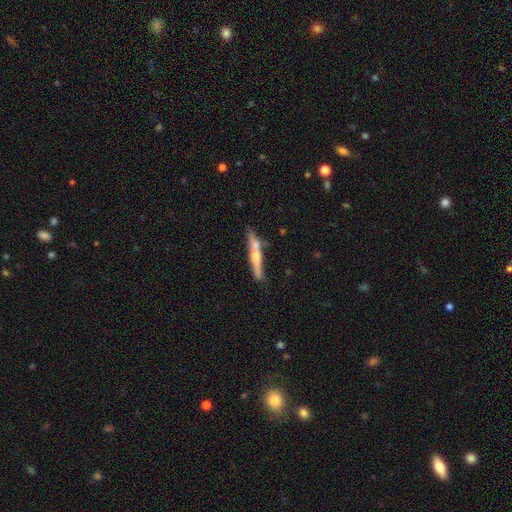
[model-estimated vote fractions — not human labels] Overall: featured or disk (54%; smooth 40%). Edge-on disk: yes (92%). Merging: none (61%).